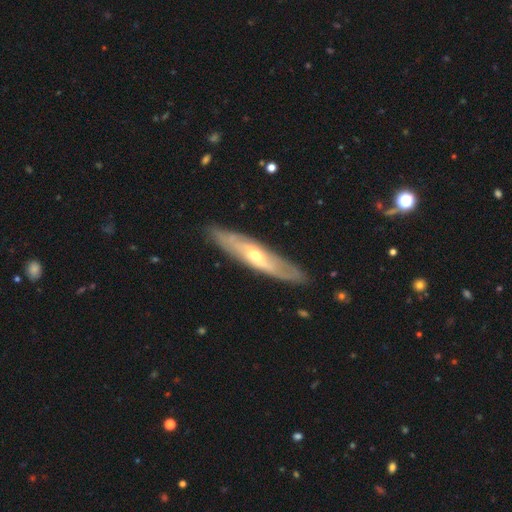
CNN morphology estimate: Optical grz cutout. It shows a featured or disk galaxy (72%) viewed edge-on (51%). Merging: none (86%).